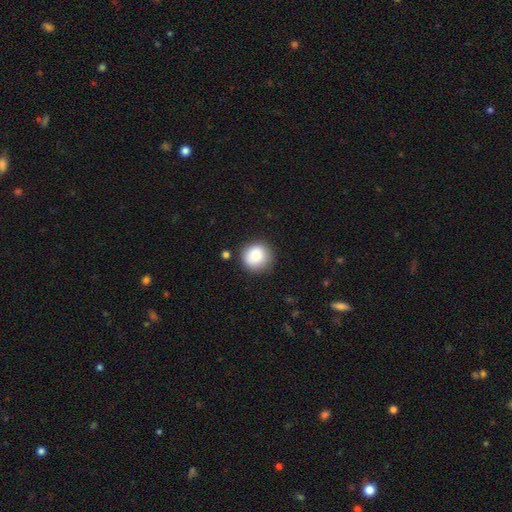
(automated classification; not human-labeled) smooth 80%, featured or disk 11%, star or artifact 9%. Down the decision tree: how rounded — round (93%); merging — none (84%).